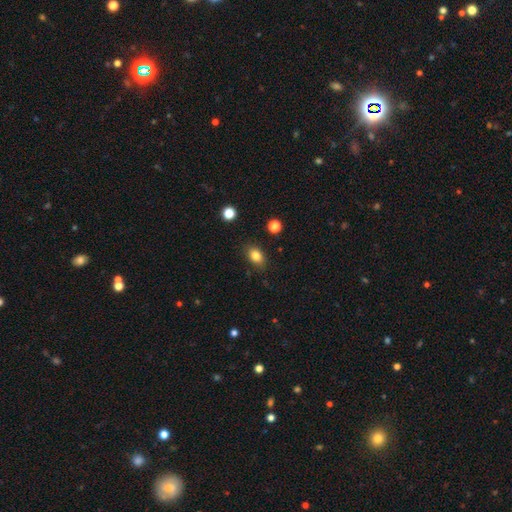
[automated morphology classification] A smooth galaxy with no disk features (83%) that is in between round and cigar-shaped (76%). Merging: none (84%).